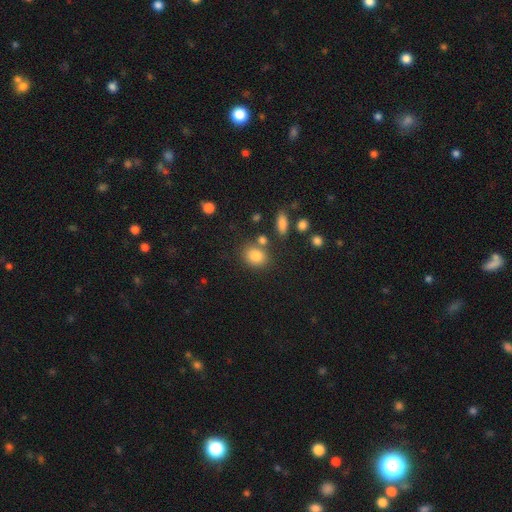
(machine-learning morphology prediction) smooth 82%, star or artifact 10%, featured or disk 7%. Down the decision tree: how rounded — round (54%); merging — none (70%).